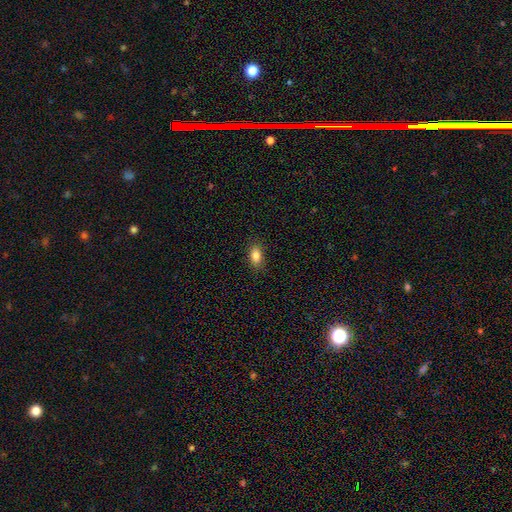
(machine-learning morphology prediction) Smooth or featured? smooth (84%)
How rounded? in between (87%)
Merging? none (87%)